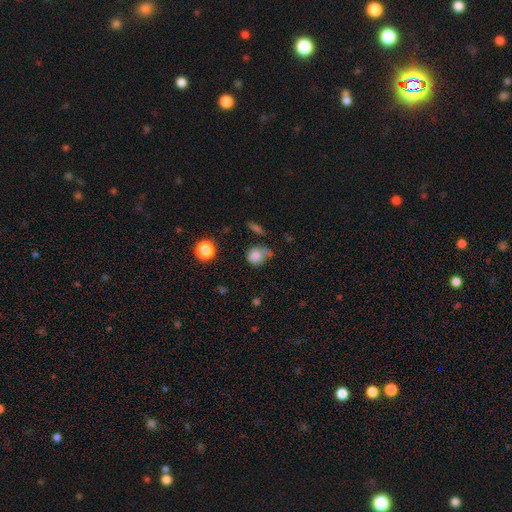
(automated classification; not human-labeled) This appears to be a smooth galaxy with no disk features (78%) that is round (76%). Merging: none (43%).